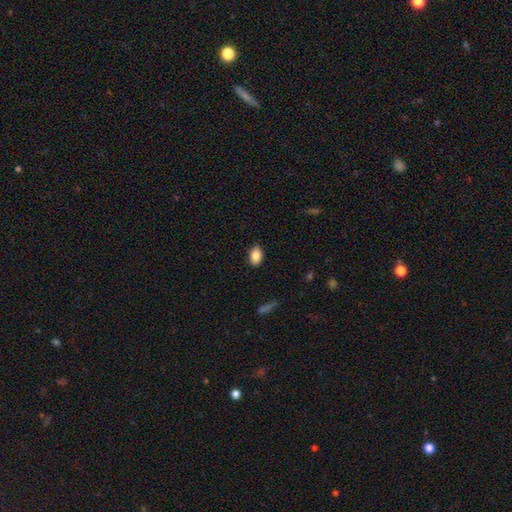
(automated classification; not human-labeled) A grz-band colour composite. It shows a smooth galaxy with no disk features (85%) that is in between round and cigar-shaped (88%). Merging: none (87%).